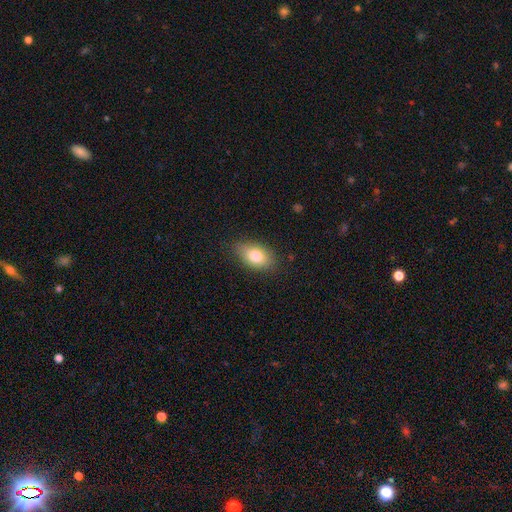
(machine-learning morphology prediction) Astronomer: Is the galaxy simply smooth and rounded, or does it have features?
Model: smooth — 79%.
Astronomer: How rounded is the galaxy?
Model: in between — 88%.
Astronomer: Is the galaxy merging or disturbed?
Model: none — 83%.